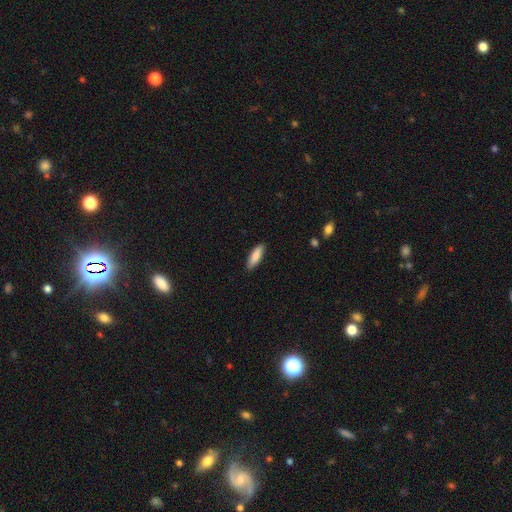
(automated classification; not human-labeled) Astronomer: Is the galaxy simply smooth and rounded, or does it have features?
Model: smooth — 85%.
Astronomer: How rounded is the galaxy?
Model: in between — 52% (runner-up: cigar-shaped, 46%).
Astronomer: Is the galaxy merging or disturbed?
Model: none — 87%.